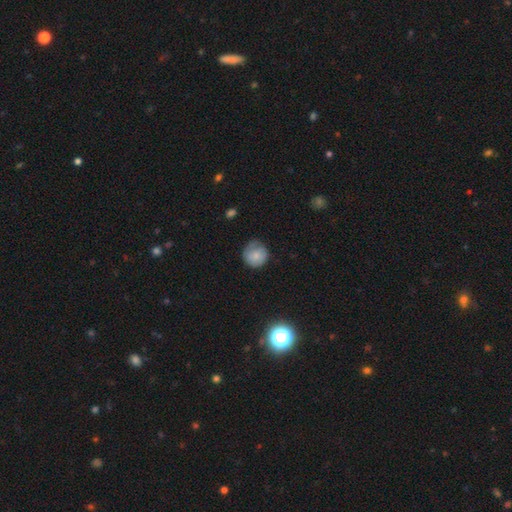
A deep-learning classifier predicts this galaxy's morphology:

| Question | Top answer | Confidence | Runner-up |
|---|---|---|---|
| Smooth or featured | smooth | 73% | featured or disk (19%) |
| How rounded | round | 89% | in between (10%) |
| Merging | none | 62% | minor disturbance (29%) |